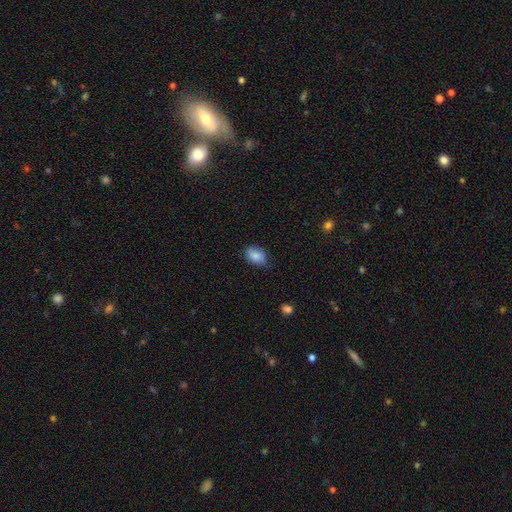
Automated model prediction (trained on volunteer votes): smooth-or-featured: smooth: 87% | star or artifact: 7% | featured or disk: 6%
  how-rounded: in between: 82% | round: 16% | cigar-shaped: 1%
  merging: none: 74% | minor disturbance: 21% | major disturbance: 3% | merger: 1%